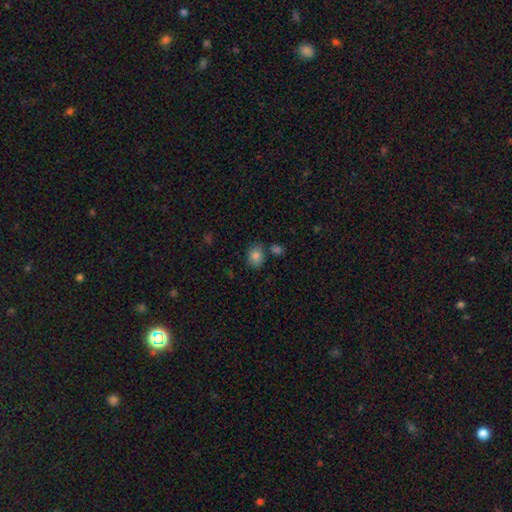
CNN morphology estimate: smooth 83%, star or artifact 10%, featured or disk 8%. Down the decision tree: how rounded — in between (52%); merging — none (69%).